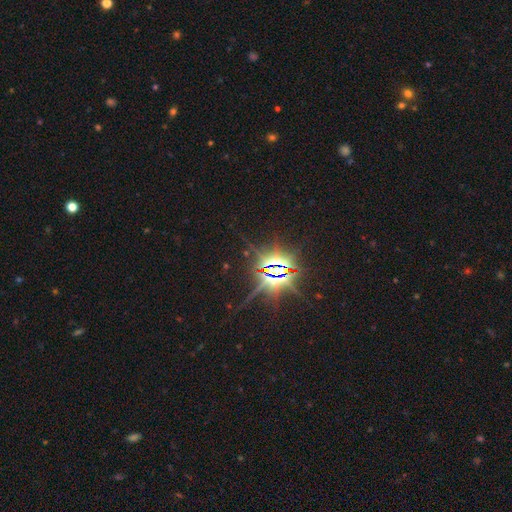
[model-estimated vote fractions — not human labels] Morphology: type=star or artifact (86%).